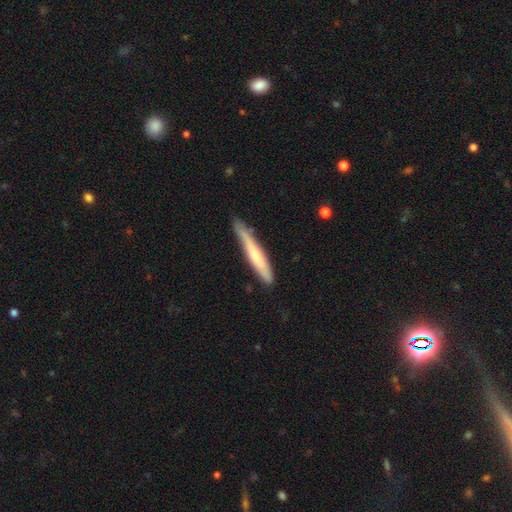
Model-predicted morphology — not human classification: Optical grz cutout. It shows a smooth galaxy with no disk features (57%) that is cigar-shaped (94%). Merging: none (72%).